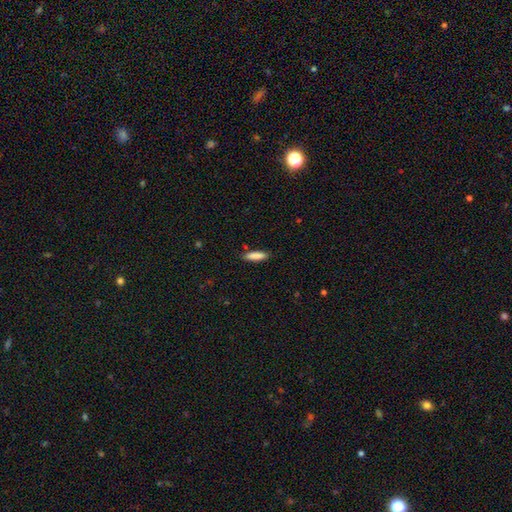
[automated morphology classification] The model was most divided on "how rounded": cigar-shaped: 64%, in between: 34%, round: 1%. More confident: smooth or featured — smooth (87%); merging — none (86%).